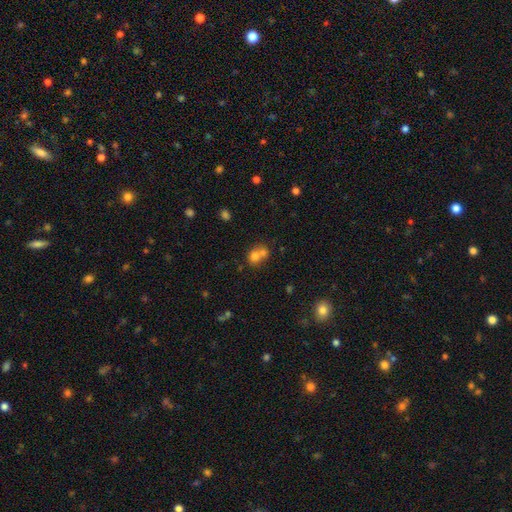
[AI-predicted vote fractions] This is likely a smooth galaxy (72%). How rounded: likely round (71%). Merging: likely merger (62%).